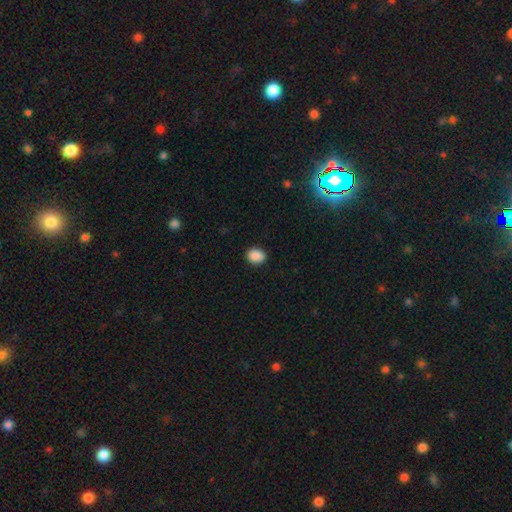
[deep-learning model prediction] Morphology: type=smooth (89%); roundness=round (54%); merging=none (89%).